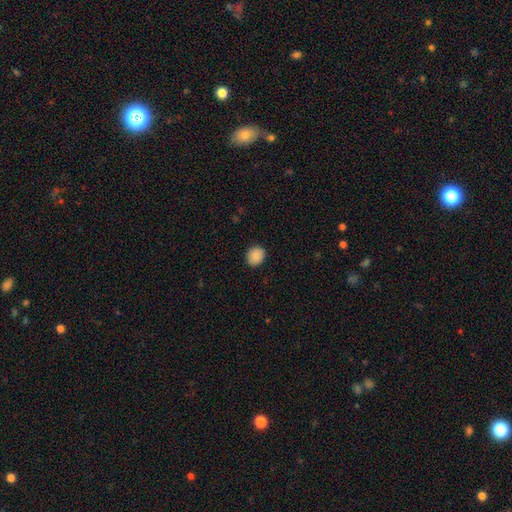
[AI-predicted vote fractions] Overall: smooth (89%). How rounded: round (78%). Merging: none (90%).